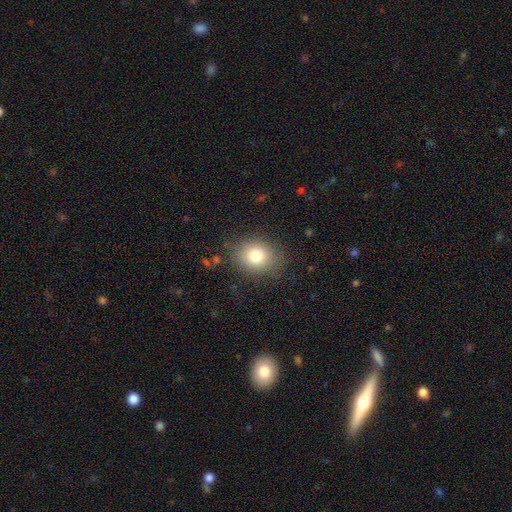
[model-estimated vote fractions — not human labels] The model was most divided on "how rounded": round: 65%, in between: 34%, cigar-shaped: 1%. More confident: merging — none (82%); smooth or featured — smooth (80%).